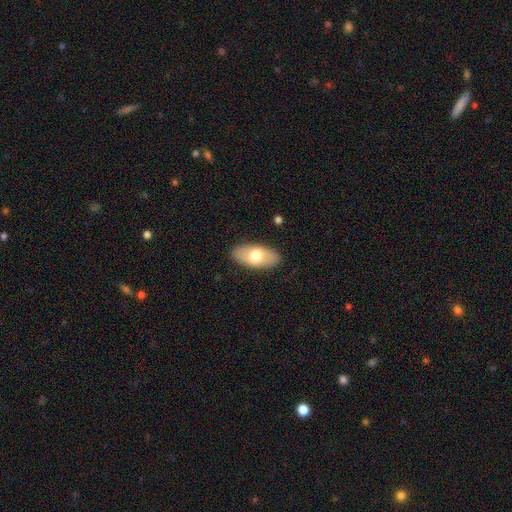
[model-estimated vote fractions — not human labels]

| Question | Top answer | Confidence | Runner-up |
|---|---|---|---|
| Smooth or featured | smooth | 66% | featured or disk (28%) |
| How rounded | in between | 92% | cigar-shaped (5%) |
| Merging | none | 87% | minor disturbance (9%) |